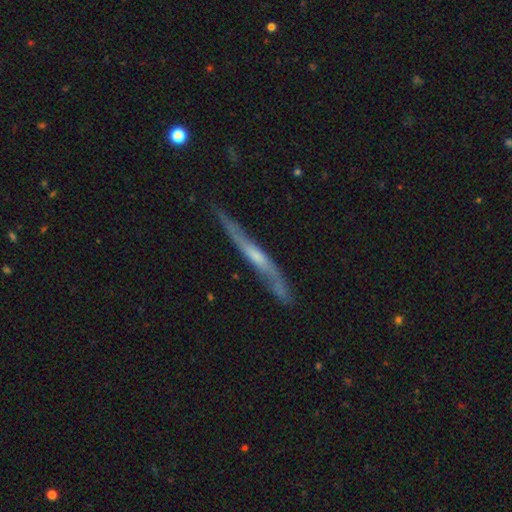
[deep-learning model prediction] Smooth or featured? featured or disk (75%)
Edge-on disk? yes (87%)
Edge-on bulge? none (48%)
Merging? none (75%)